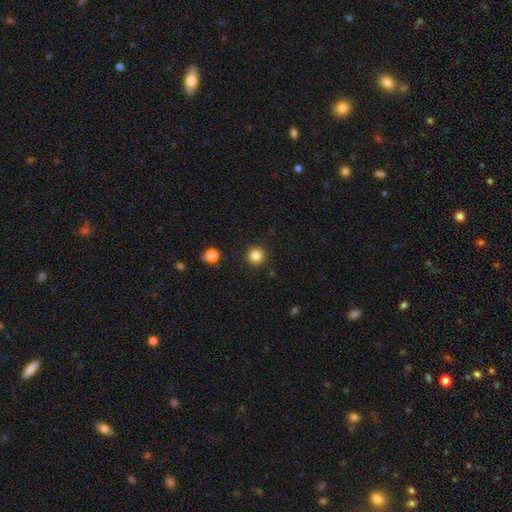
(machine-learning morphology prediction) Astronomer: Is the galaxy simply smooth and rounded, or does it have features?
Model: smooth — 84%.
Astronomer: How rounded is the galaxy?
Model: round — 94%.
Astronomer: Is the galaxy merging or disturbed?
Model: none — 92%.